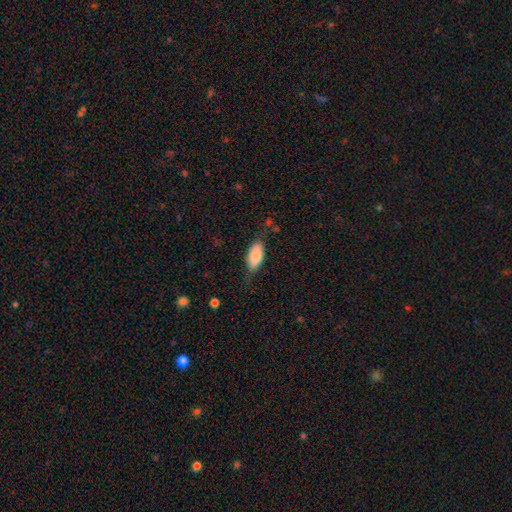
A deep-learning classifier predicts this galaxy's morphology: Smooth or featured: smooth — 81% (featured or disk — 13%)
How rounded: in between — 86% (cigar-shaped — 12%)
Merging: none — 62% (minor disturbance — 27%)